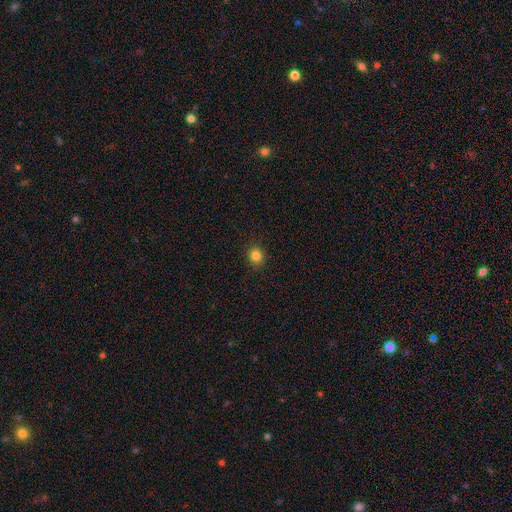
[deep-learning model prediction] Q: Smooth or featured?
A: smooth (83%); runner-up: star or artifact (12%)
Q: How rounded?
A: round (85%); runner-up: in between (14%)
Q: Merging?
A: none (91%); runner-up: minor disturbance (6%)